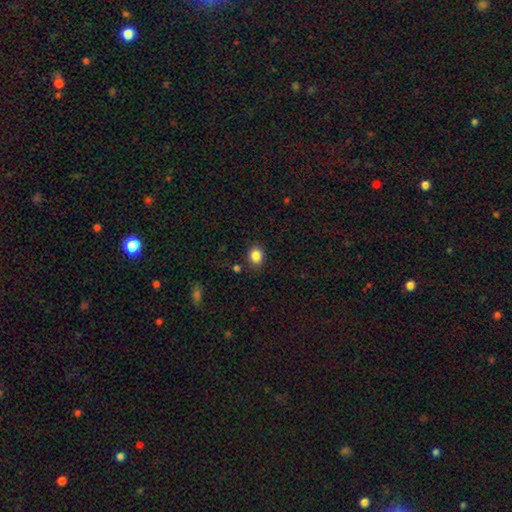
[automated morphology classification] Smooth or featured? Predicted: smooth (p=0.85). How rounded? Predicted: round (p=0.51). Merging? Predicted: none (p=0.85).